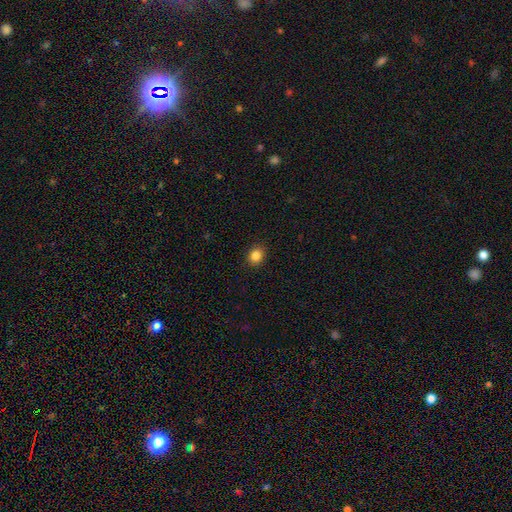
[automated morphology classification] type=smooth (85%); roundness=round (71%); merging=none (90%).